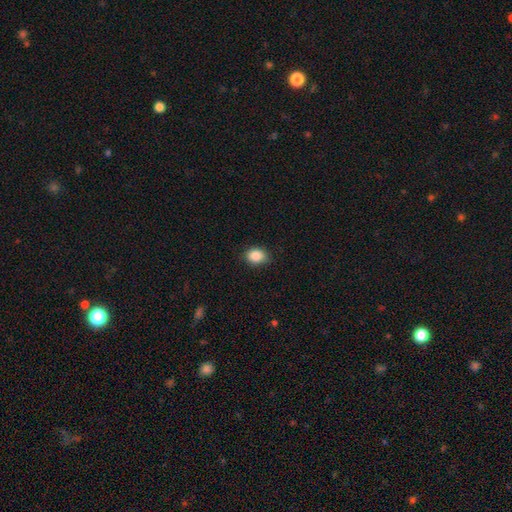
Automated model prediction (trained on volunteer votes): The model was most divided on "how rounded": round: 50%, in between: 49%, cigar-shaped: 1%. More confident: smooth or featured — smooth (87%); merging — none (81%).